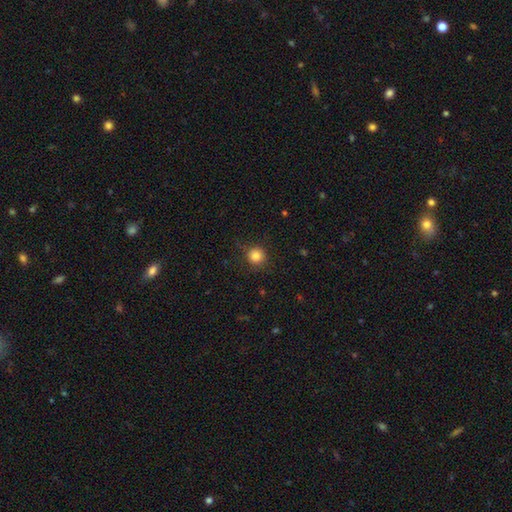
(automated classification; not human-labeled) Q: Smooth or featured?
A: smooth (84%); runner-up: star or artifact (11%)
Q: How rounded?
A: round (93%); runner-up: in between (6%)
Q: Merging?
A: none (85%); runner-up: minor disturbance (10%)